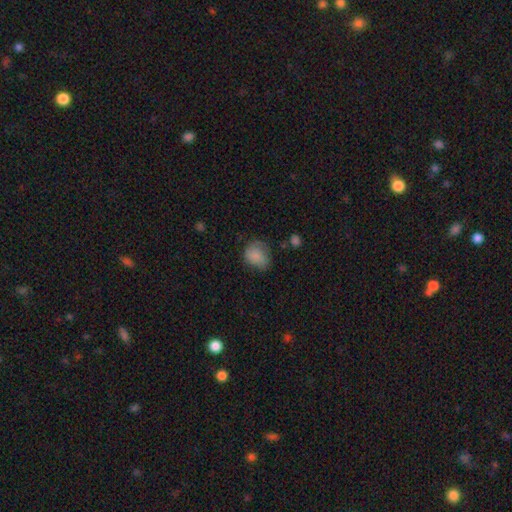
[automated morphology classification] smooth_or_featured: smooth (p=0.81) [alt: featured or disk p=0.10]
how_rounded: round (p=0.54) [alt: in between p=0.45]
merging: none (p=0.51) [alt: minor disturbance p=0.33]